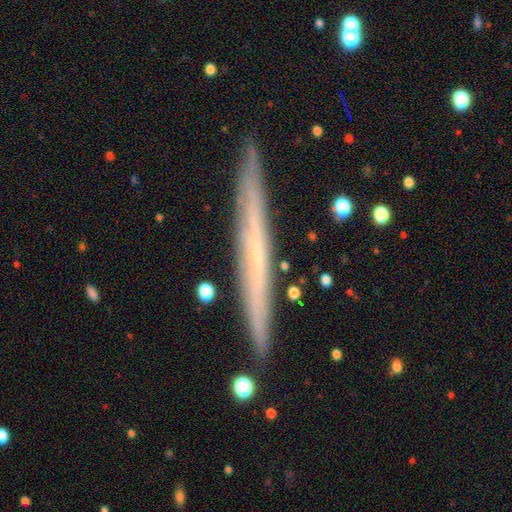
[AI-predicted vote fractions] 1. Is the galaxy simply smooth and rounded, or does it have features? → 59% featured or disk, 34% smooth, 7% star or artifact.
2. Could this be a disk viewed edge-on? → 96% yes, 4% no.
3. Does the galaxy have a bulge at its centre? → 88% none, 10% rounded, 3% boxy.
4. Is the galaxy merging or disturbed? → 90% none, 7% minor disturbance, 2% merger, 1% major disturbance.